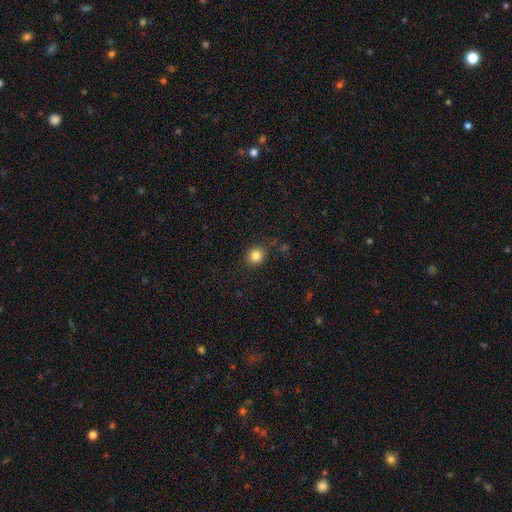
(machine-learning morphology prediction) Overall: smooth (84%). How rounded: round (78%). Merging: none (85%).